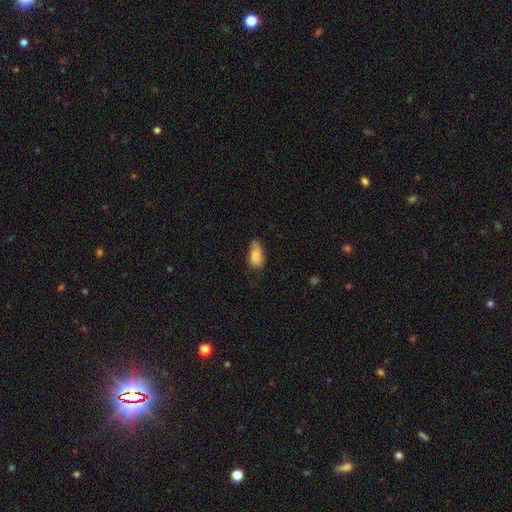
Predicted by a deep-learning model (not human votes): This is likely a smooth galaxy (74%). How rounded: clearly in between (90%). Merging: marginally none (42%).